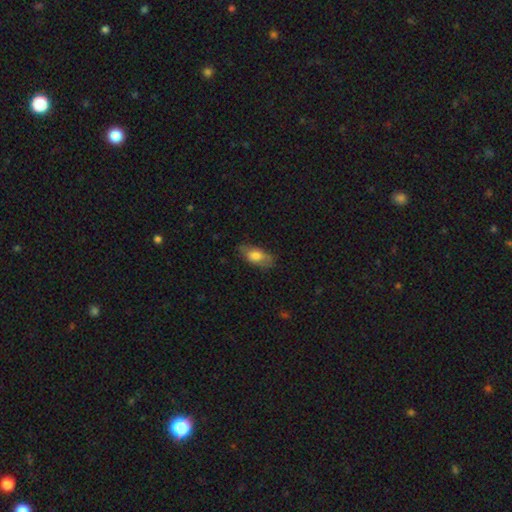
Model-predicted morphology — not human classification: smooth-or-featured: smooth: 71% | featured or disk: 22% | star or artifact: 7%
  how-rounded: in between: 87% | cigar-shaped: 8% | round: 5%
  merging: none: 72% | minor disturbance: 21% | major disturbance: 6% | merger: 1%